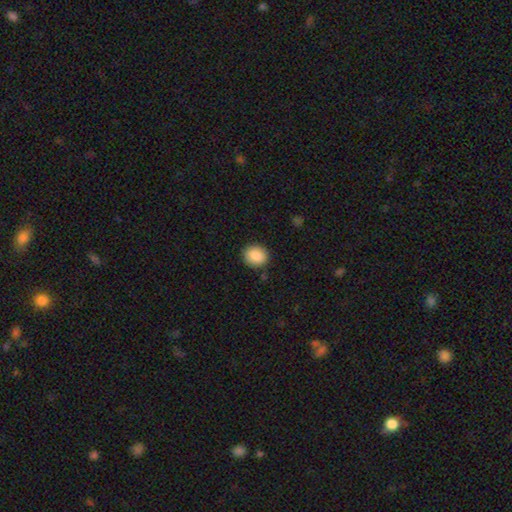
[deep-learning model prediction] Smooth or featured?
  - smooth: 89% *
  - star or artifact: 8%
  - featured or disk: 4%
How rounded?
  - round: 73% *
  - in between: 26%
  - cigar-shaped: 1%
Merging?
  - none: 88% *
  - minor disturbance: 8%
  - major disturbance: 2%
  - merger: 1%